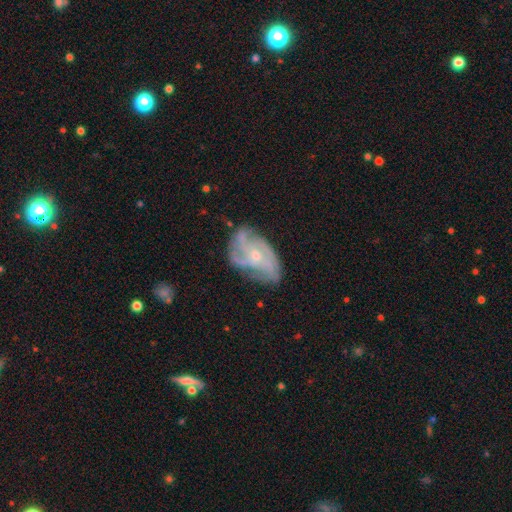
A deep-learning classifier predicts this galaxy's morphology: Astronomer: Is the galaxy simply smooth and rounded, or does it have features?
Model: featured or disk — 81%.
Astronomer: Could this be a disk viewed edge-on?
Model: no — 97%.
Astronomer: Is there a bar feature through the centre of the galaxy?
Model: no — 69%.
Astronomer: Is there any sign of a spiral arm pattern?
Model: yes — 91%.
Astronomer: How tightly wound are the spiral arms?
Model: medium — 43% (runner-up: tight, 40%).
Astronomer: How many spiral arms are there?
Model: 3 — 30% (runner-up: can't tell, 25%).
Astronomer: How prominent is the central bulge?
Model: small — 60% (runner-up: moderate, 36%).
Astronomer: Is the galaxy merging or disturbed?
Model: none — 61%.